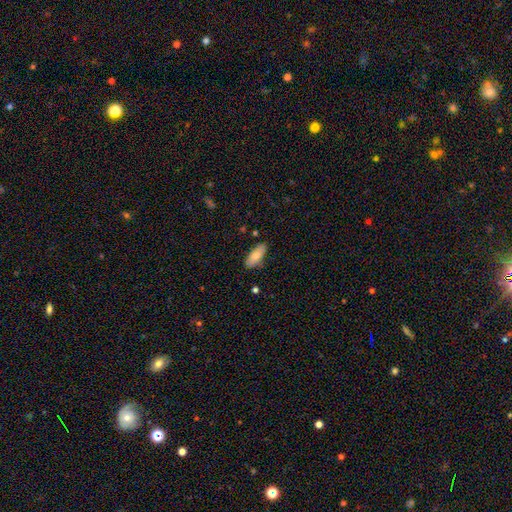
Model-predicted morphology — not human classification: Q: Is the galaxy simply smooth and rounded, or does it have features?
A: smooth — 78%.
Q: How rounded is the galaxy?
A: in between — 81%.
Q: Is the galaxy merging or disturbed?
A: none — 83%.